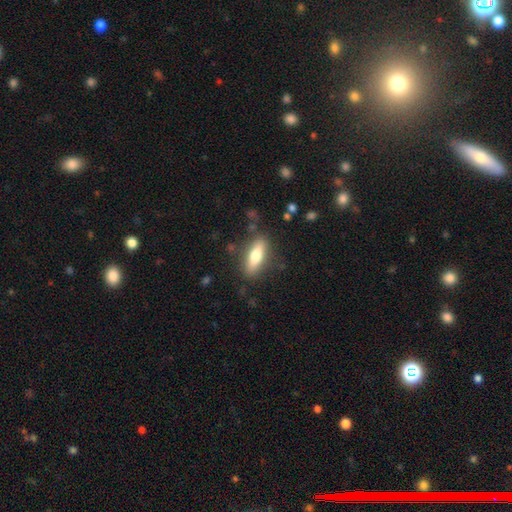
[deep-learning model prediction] smooth 69%, featured or disk 25%, star or artifact 6%. Down the decision tree: how rounded — in between (56%); merging — none (82%).